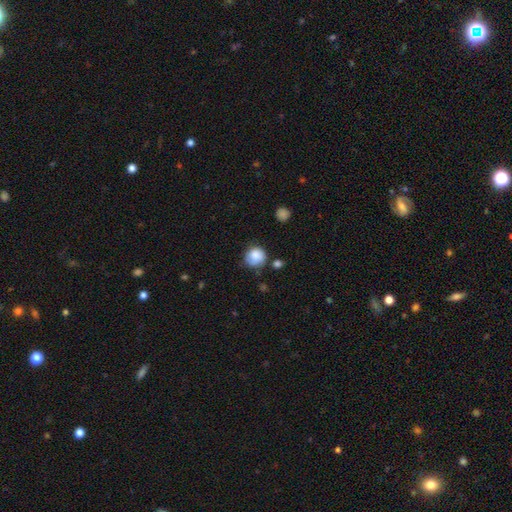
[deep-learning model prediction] Smooth or featured? smooth (82%)
How rounded? round (85%)
Merging? none (59%)